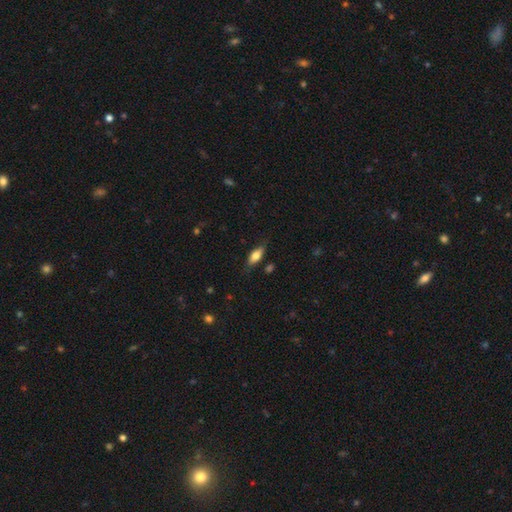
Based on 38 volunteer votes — This is likely a smooth galaxy (74%). How rounded: clearly in between (82%). Merging: clearly none (86%).